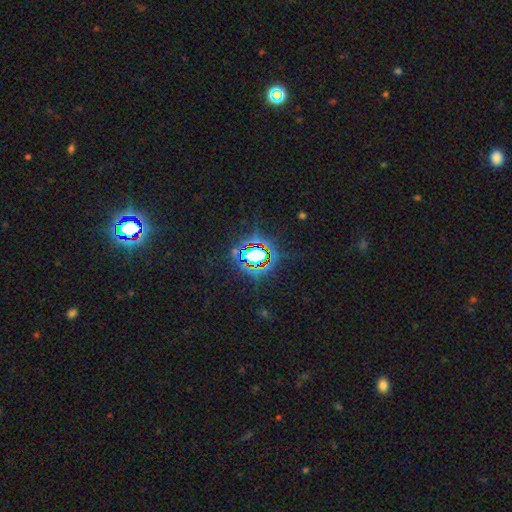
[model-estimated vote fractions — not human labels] Smooth or featured: star or artifact — 74% (smooth — 16%)